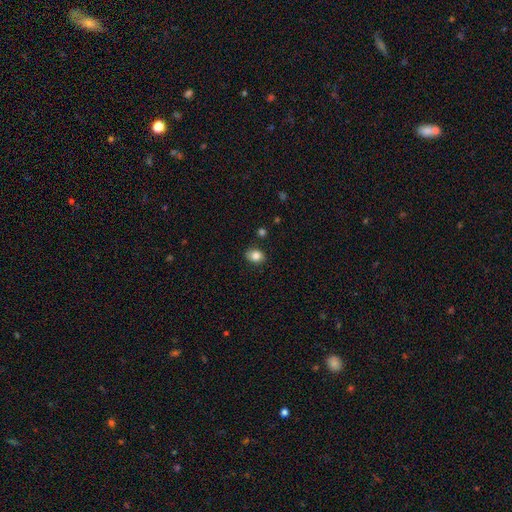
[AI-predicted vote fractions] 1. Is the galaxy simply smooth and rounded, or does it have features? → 84% smooth, 9% star or artifact, 7% featured or disk.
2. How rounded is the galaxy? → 53% in between, 46% round, 1% cigar-shaped.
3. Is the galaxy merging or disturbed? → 82% none, 13% minor disturbance, 3% major disturbance, 2% merger.